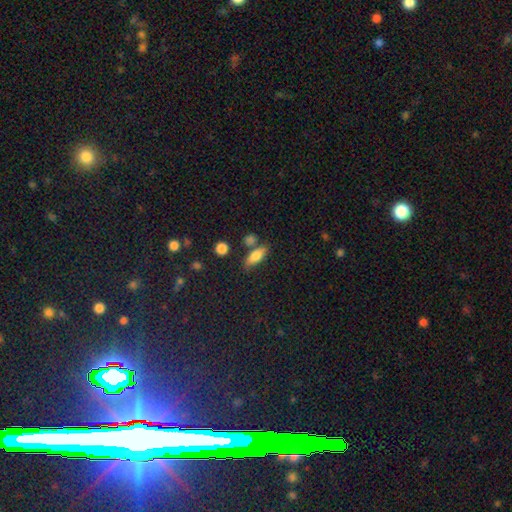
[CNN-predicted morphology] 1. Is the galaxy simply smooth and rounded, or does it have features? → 75% smooth, 16% featured or disk, 8% star or artifact.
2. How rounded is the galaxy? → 65% in between, 31% cigar-shaped, 4% round.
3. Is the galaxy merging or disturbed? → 69% none, 15% minor disturbance, 12% merger, 4% major disturbance.